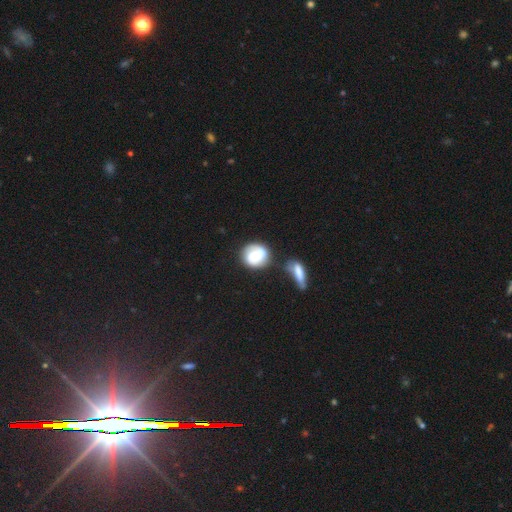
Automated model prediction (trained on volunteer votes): Smooth or featured?
  - smooth: 50% *
  - featured or disk: 43%
  - star or artifact: 7%
Merging?
  - none: 50% *
  - merger: 25%
  - minor disturbance: 18%
  - major disturbance: 7%